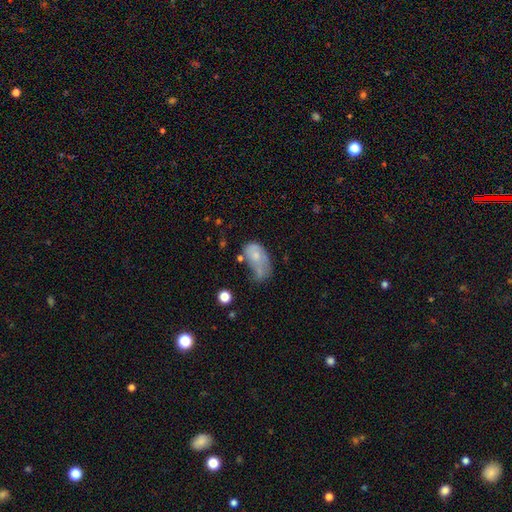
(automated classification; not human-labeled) smooth-or-featured: smooth: 58% | featured or disk: 33% | star or artifact: 9%
  how-rounded: in between: 89% | round: 8% | cigar-shaped: 3%
  merging: major disturbance: 35% | minor disturbance: 27% | none: 20% | merger: 18%